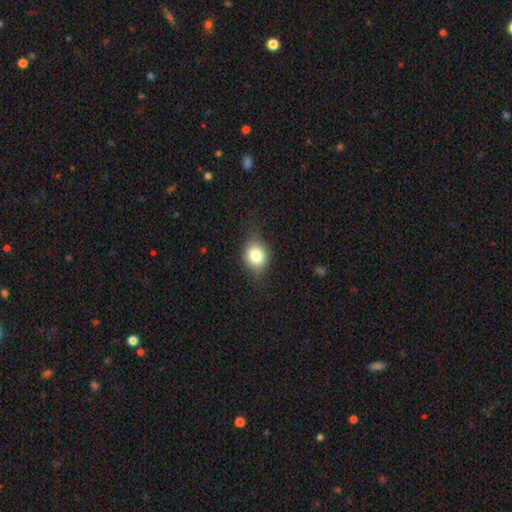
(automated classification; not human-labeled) smooth-or-featured: smooth: 77% | featured or disk: 13% | star or artifact: 10%
  how-rounded: round: 57% | in between: 41% | cigar-shaped: 1%
  merging: none: 73% | minor disturbance: 20% | major disturbance: 6% | merger: 1%